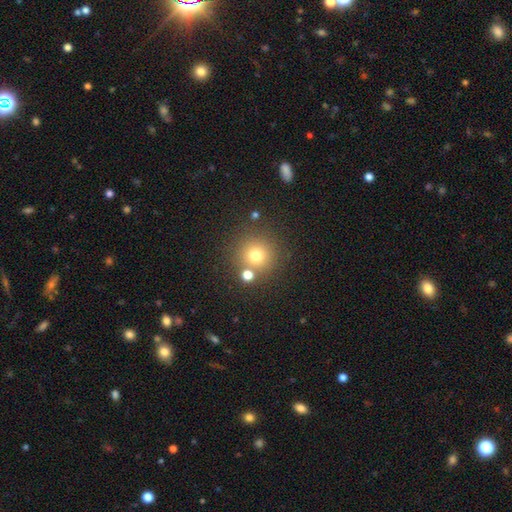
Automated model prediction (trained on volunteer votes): Smooth or featured? Predicted: smooth (p=0.75). How rounded? Predicted: round (p=0.94). Merging? Predicted: none (p=0.76).